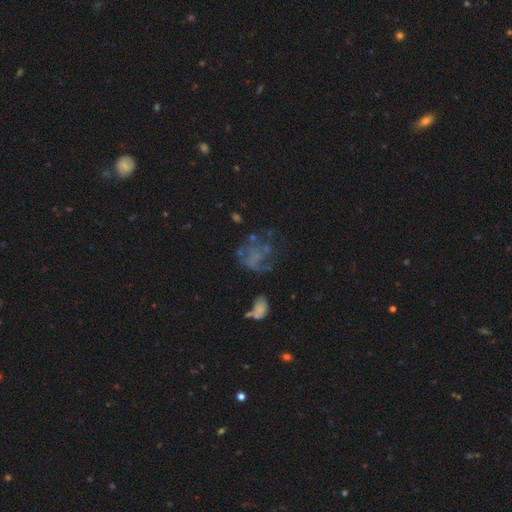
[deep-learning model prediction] smooth-or-featured: featured or disk: 50% | smooth: 29% | star or artifact: 21%
  disk-edge-on: no: 98% | yes: 2%
  merging: major disturbance: 38% | none: 35% | minor disturbance: 18% | merger: 9%